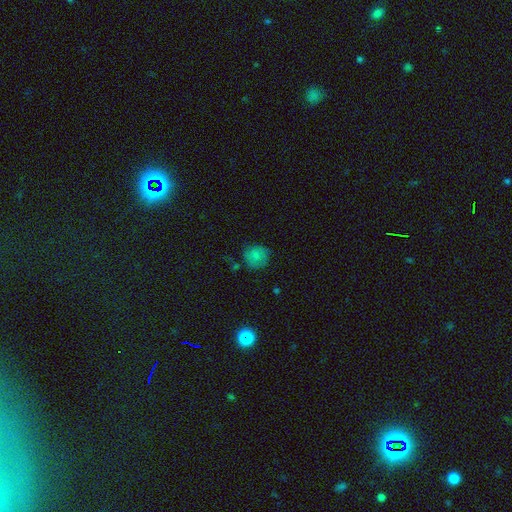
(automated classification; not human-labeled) smooth_or_featured: smooth (p=0.79) [alt: featured or disk p=0.11]
how_rounded: round (p=0.86) [alt: in between p=0.13]
merging: none (p=0.70) [alt: minor disturbance p=0.21]